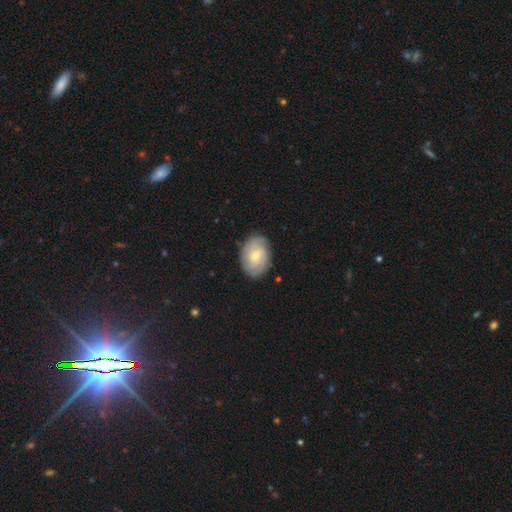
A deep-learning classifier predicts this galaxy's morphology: Smooth or featured?
  - featured or disk: 61% *
  - smooth: 33%
  - star or artifact: 6%
Edge-on disk?
  - no: 96% *
  - yes: 4%
Bar?
  - weak: 51% *
  - no: 40%
  - strong: 9%
Spiral arms?
  - yes: 83% *
  - no: 17%
Bulge size?
  - moderate: 52% *
  - small: 44%
  - large: 2%
  - none: 2%
  - dominant: 1%
Merging?
  - none: 81% *
  - minor disturbance: 14%
  - major disturbance: 3%
  - merger: 1%